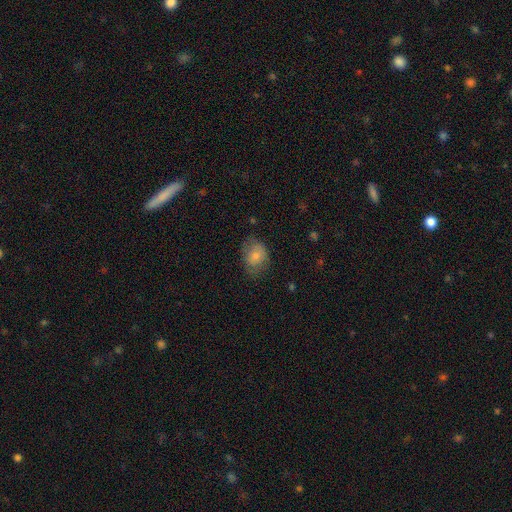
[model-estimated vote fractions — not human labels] A smooth galaxy with no disk features (75%) that is in between round and cigar-shaped (63%). Merging: none (63%).